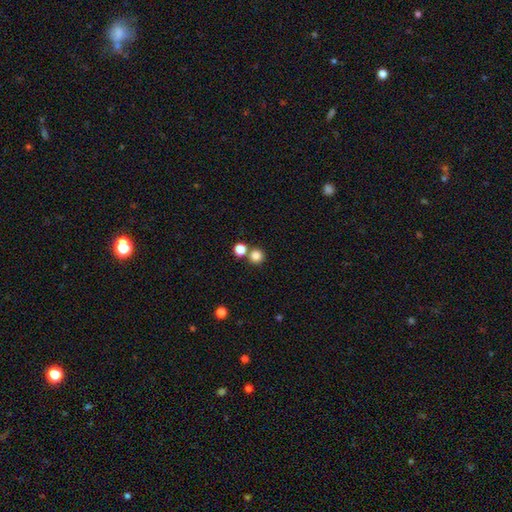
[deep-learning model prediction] Smooth or featured: smooth — 82% (star or artifact — 13%)
How rounded: round — 94% (in between — 5%)
Merging: none — 72% (merger — 20%)